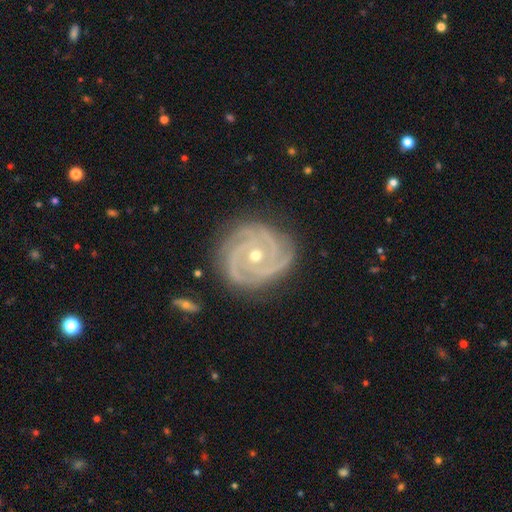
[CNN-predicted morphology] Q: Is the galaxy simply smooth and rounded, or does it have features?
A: featured or disk — 92%.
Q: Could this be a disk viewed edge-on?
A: no — 98%.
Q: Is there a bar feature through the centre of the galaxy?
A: no — 71%.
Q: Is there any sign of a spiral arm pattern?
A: yes — 99%.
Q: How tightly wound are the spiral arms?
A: tight — 80%.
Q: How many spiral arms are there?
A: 3 — 49%.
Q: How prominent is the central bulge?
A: moderate — 51%.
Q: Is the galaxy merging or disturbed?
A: none — 81%.